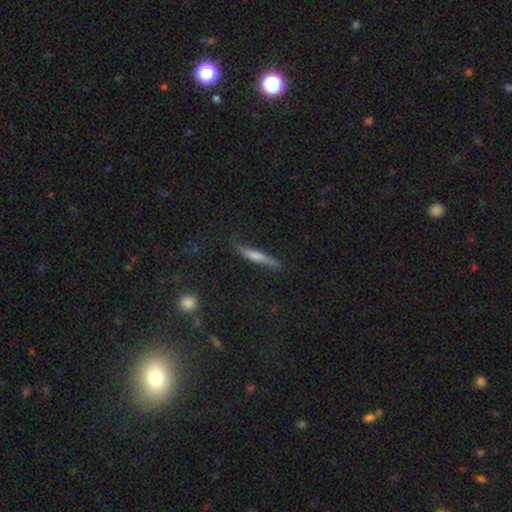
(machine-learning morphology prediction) Q: Smooth or featured?
A: featured or disk (48%); runner-up: smooth (44%)
Q: Merging?
A: none (69%); runner-up: minor disturbance (22%)